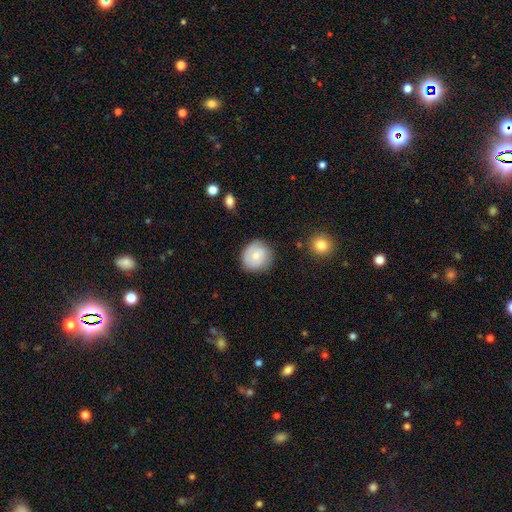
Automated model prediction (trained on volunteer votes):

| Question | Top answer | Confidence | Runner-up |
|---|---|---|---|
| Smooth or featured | smooth | 62% | featured or disk (31%) |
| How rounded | round | 88% | in between (11%) |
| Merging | none | 80% | minor disturbance (15%) |